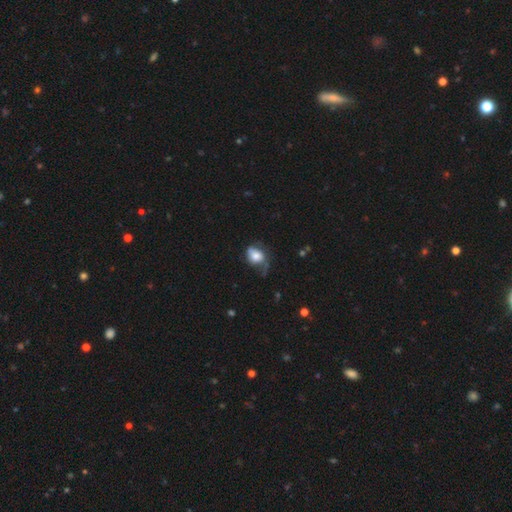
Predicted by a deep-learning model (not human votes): Q: Smooth or featured?
A: smooth (64%); runner-up: featured or disk (28%)
Q: How rounded?
A: in between (60%); runner-up: round (39%)
Q: Merging?
A: none (34%); runner-up: minor disturbance (33%)